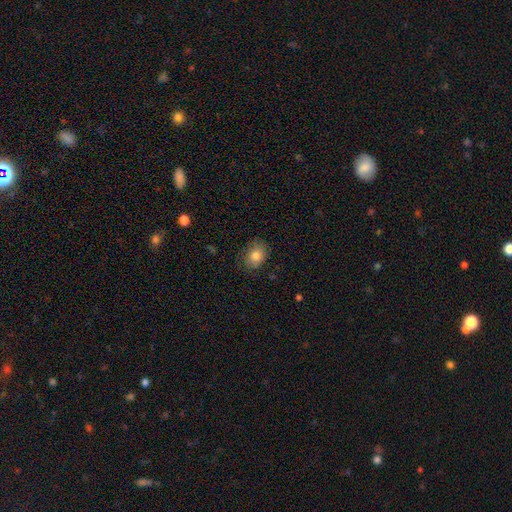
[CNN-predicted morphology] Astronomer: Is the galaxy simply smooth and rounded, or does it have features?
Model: smooth — 81%.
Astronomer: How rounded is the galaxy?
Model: in between — 62%.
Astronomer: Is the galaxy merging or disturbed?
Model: none — 77%.